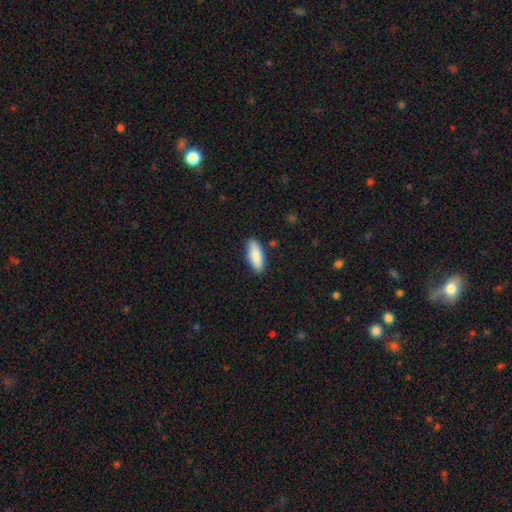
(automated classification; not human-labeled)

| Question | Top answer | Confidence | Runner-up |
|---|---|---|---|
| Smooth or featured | smooth | 88% | featured or disk (6%) |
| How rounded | in between | 73% | cigar-shaped (25%) |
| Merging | none | 86% | minor disturbance (10%) |